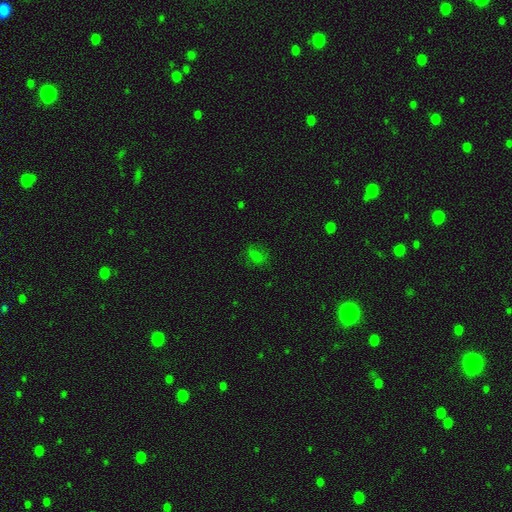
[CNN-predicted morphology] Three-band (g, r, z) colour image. It shows a smooth galaxy with no disk features (60%) that is in between round and cigar-shaped (60%). Merging: none (71%).